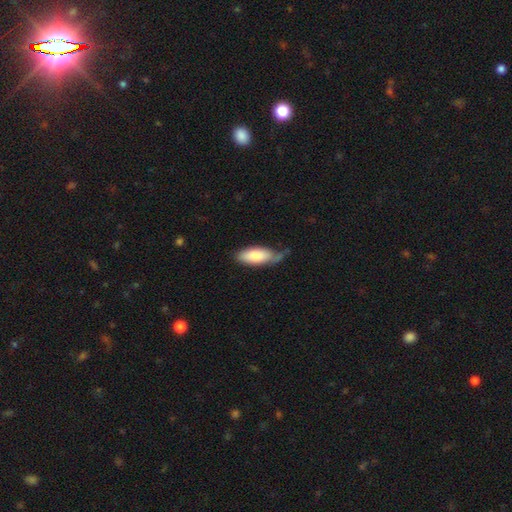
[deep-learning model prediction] Overall: smooth (80%). How rounded: in between (81%). Merging: none (40%; minor disturbance 39%).